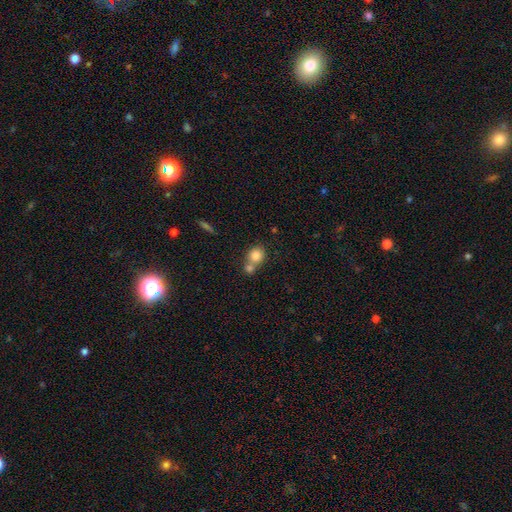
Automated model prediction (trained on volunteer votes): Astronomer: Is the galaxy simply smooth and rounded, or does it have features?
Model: smooth — 82%.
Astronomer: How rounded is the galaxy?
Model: round — 80%.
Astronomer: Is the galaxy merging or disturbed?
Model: merger — 47% (runner-up: none, 43%).